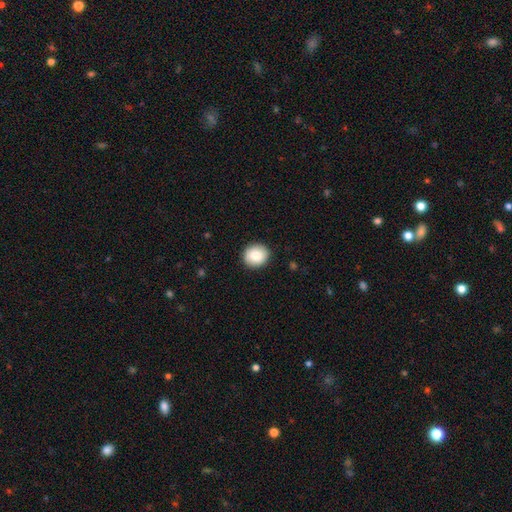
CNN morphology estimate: type=smooth (85%); roundness=round (79%); merging=none (89%).